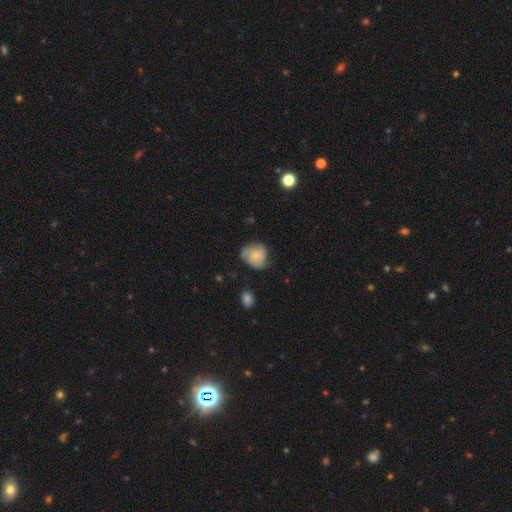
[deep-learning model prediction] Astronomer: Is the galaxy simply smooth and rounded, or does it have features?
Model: smooth — 57% (runner-up: featured or disk, 35%).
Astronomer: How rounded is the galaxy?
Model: round — 63%.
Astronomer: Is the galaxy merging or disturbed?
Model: none — 54% (runner-up: minor disturbance, 33%).